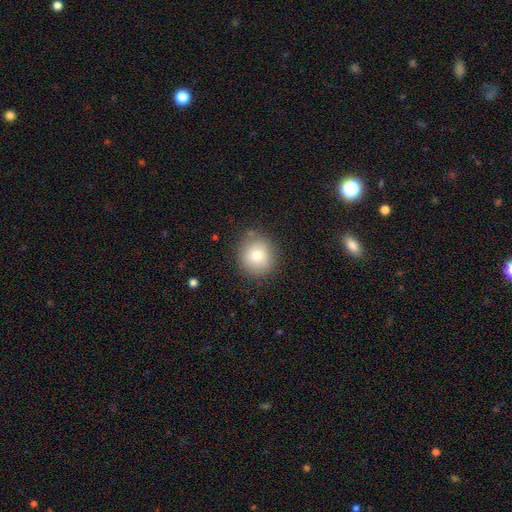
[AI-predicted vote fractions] Smooth or featured?
  - smooth: 78% *
  - featured or disk: 12%
  - star or artifact: 10%
How rounded?
  - round: 87% *
  - in between: 12%
  - cigar-shaped: 1%
Merging?
  - none: 84% *
  - minor disturbance: 11%
  - major disturbance: 3%
  - merger: 2%